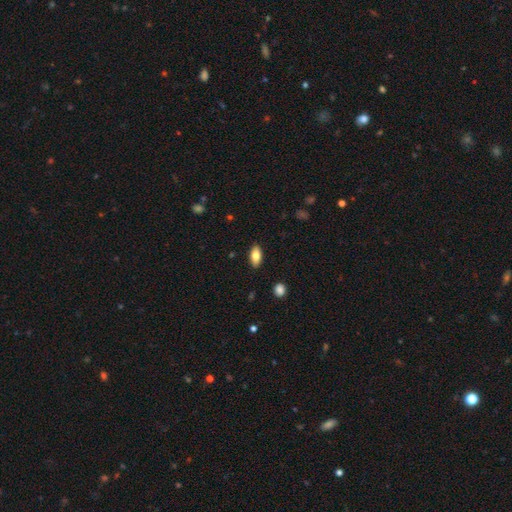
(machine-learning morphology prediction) Smooth or featured: smooth — 80% (featured or disk — 13%)
How rounded: in between — 90% (cigar-shaped — 7%)
Merging: none — 89% (minor disturbance — 8%)